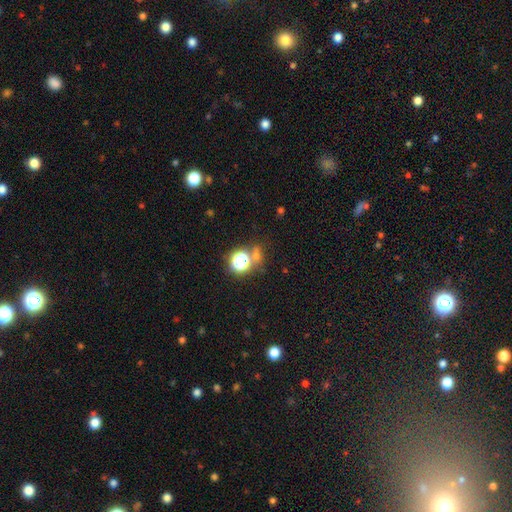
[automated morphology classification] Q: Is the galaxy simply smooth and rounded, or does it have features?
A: smooth — 49%.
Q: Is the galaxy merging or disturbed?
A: none — 61%.